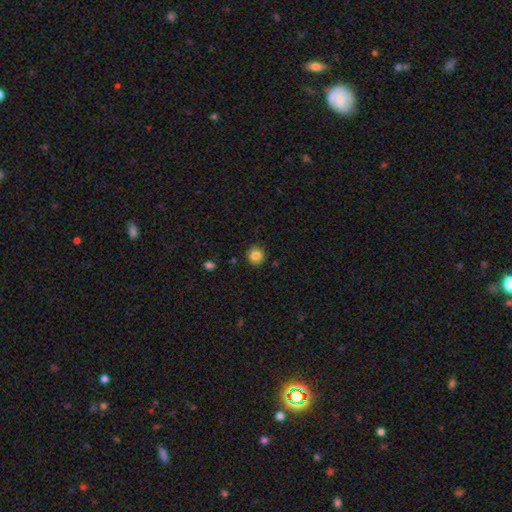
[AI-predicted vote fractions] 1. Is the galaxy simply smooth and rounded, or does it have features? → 84% smooth, 10% star or artifact, 6% featured or disk.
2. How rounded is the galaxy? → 88% round, 11% in between, 1% cigar-shaped.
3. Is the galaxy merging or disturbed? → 89% none, 8% minor disturbance, 2% major disturbance, 1% merger.